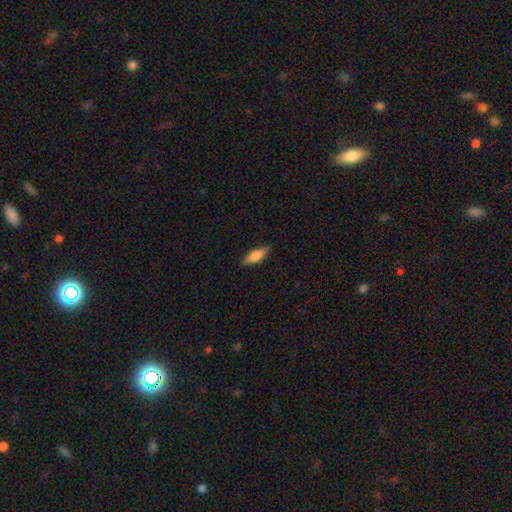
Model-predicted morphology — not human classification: type=smooth (73%); roundness=in between (59%); merging=none (87%).